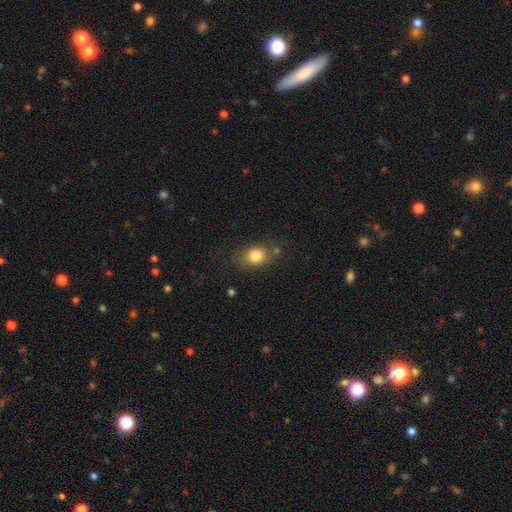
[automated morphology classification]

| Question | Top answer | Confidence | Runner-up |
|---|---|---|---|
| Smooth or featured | smooth | 82% | star or artifact (10%) |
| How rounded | in between | 64% | round (34%) |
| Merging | none | 74% | minor disturbance (15%) |